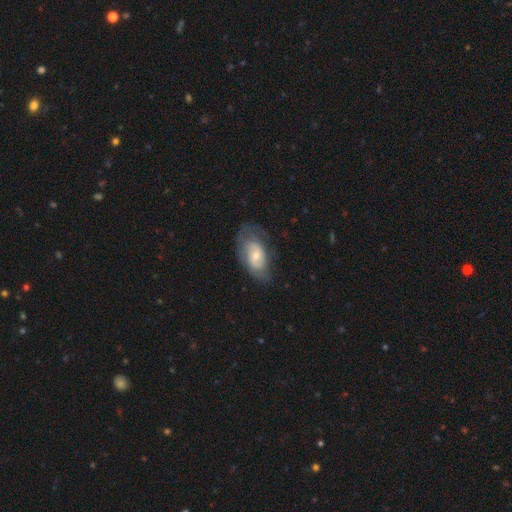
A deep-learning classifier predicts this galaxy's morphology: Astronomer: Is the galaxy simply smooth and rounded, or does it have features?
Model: featured or disk — 59% (runner-up: smooth, 35%).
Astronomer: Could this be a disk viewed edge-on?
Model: no — 94%.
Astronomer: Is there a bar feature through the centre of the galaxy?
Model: no — 63%.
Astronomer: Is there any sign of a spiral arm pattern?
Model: yes — 75%.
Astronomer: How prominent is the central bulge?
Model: small — 53% (runner-up: moderate, 41%).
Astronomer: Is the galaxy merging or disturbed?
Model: none — 56%.